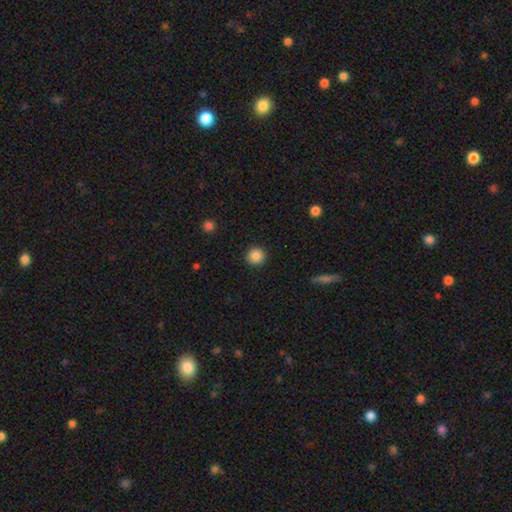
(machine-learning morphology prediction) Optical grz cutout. It shows a smooth galaxy with no disk features (87%) that is round (95%). Merging: none (93%).